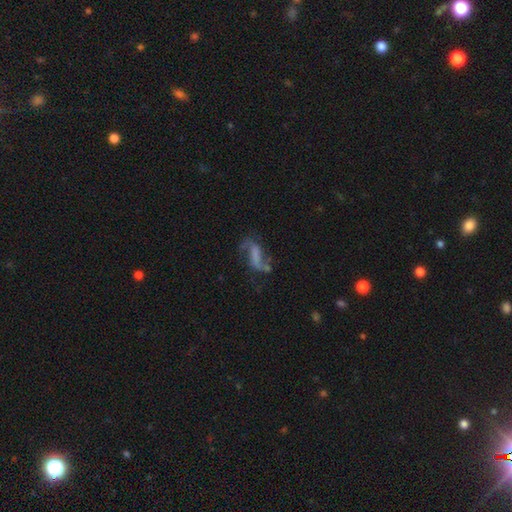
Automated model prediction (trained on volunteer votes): Morphology: type=featured or disk (73%); edge-on=no (94%); bar=strong (36%); spiral arms=yes (86%); winding=loose (76%); arm count=2 (87%); bulge=none (67%); merging=none (52%).